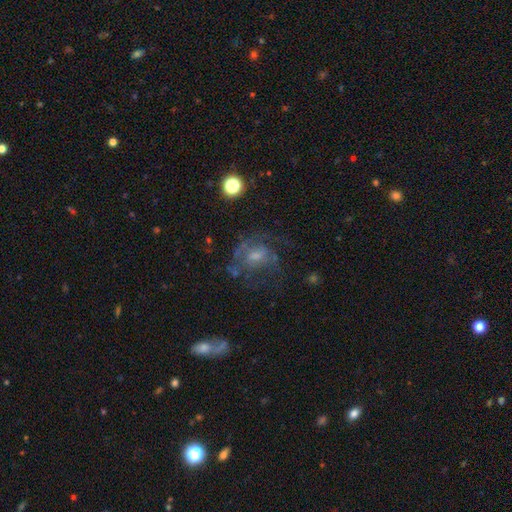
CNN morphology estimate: smooth_or_featured: featured or disk (p=0.62) [alt: smooth p=0.22]
disk_edge_on: no (p=0.97) [alt: yes p=0.03]
bar: no (p=0.67) [alt: weak p=0.28]
has_spiral_arms: yes (p=0.64) [alt: no p=0.36]
bulge_size: small (p=0.43) [alt: moderate p=0.38]
merging: none (p=0.51) [alt: major disturbance p=0.27]